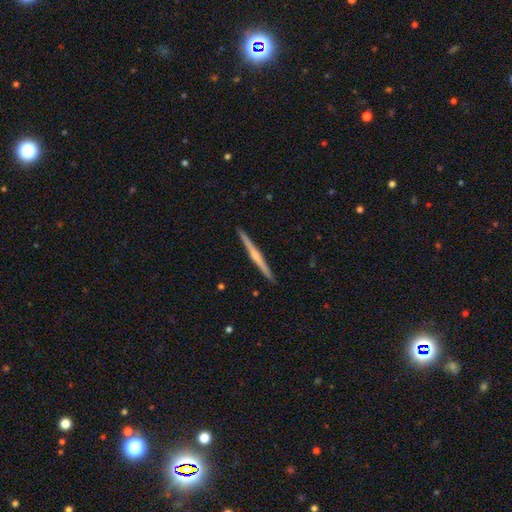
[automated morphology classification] type=featured or disk (71%); edge-on=yes (99%); edge-on bulge=rounded (65%); merging=none (93%).